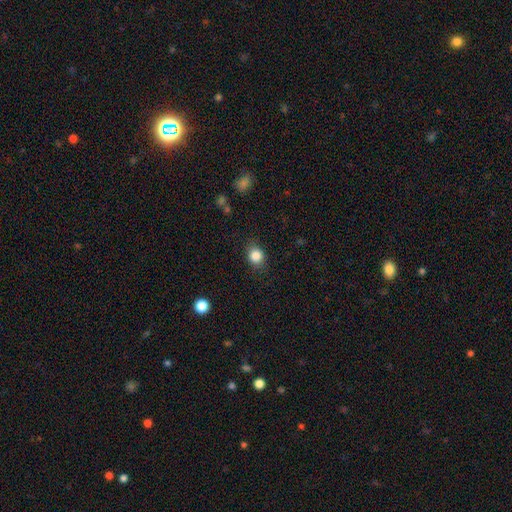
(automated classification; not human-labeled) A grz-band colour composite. It shows a smooth galaxy with no disk features (85%) that is round (64%). Merging: none (81%).